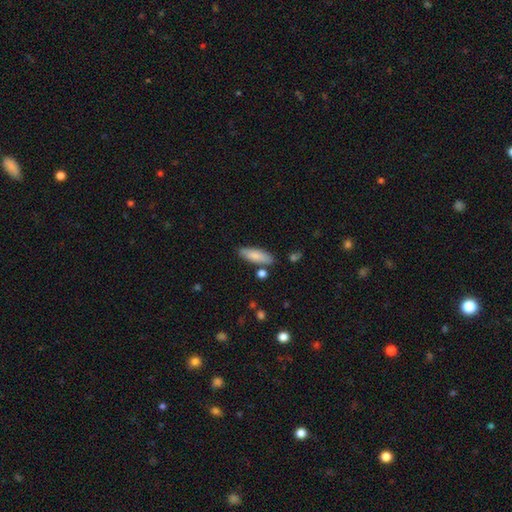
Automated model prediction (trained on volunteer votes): This appears to be a smooth galaxy with no disk features (82%) that is in between round and cigar-shaped (56%). Merging: none (80%).